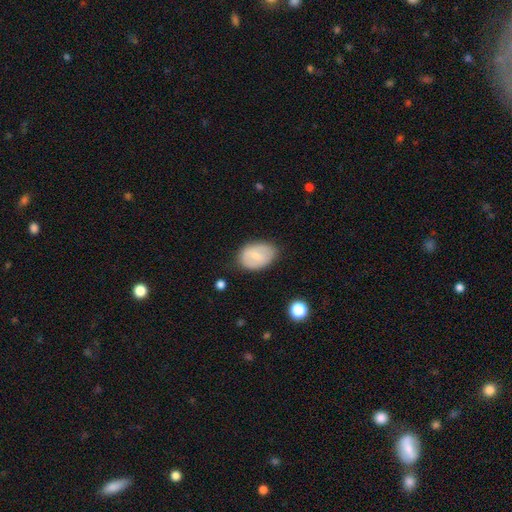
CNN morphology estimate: type=smooth (60%); roundness=in between (82%); merging=none (73%).